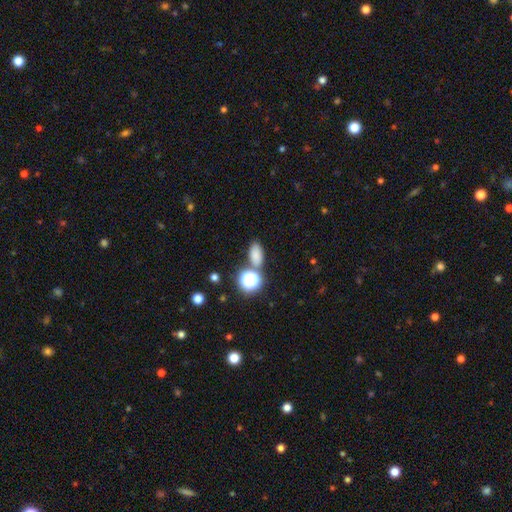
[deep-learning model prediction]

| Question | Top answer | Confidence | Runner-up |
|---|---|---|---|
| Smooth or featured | smooth | 76% | star or artifact (18%) |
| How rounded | in between | 81% | round (16%) |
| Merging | none | 70% | merger (14%) |